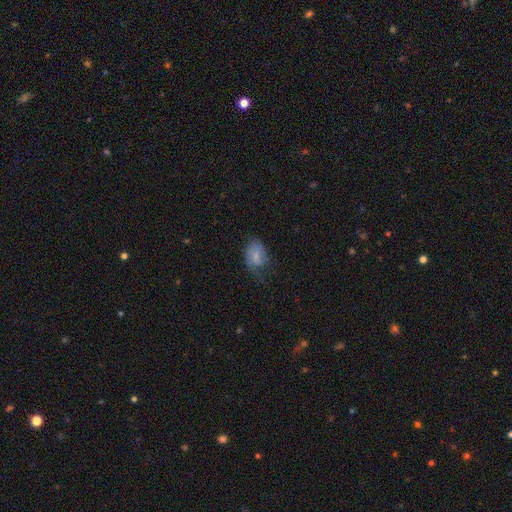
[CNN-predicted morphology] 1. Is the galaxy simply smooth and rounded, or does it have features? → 70% smooth, 22% featured or disk, 9% star or artifact.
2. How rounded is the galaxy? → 83% in between, 15% round, 1% cigar-shaped.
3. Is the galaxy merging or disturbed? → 39% none, 36% minor disturbance, 23% major disturbance, 2% merger.